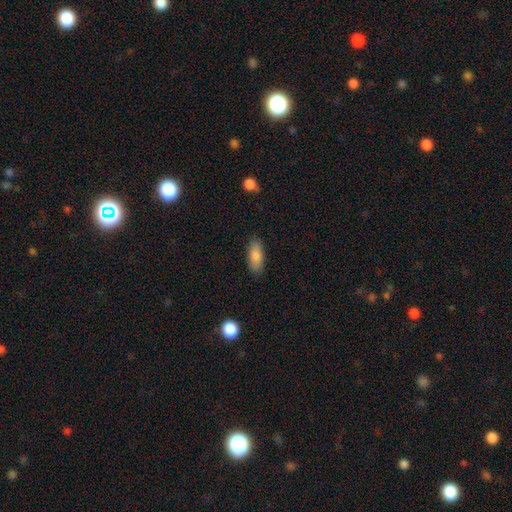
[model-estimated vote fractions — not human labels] Q: Smooth or featured?
A: smooth (84%); runner-up: featured or disk (9%)
Q: How rounded?
A: in between (80%); runner-up: cigar-shaped (18%)
Q: Merging?
A: none (86%); runner-up: minor disturbance (10%)